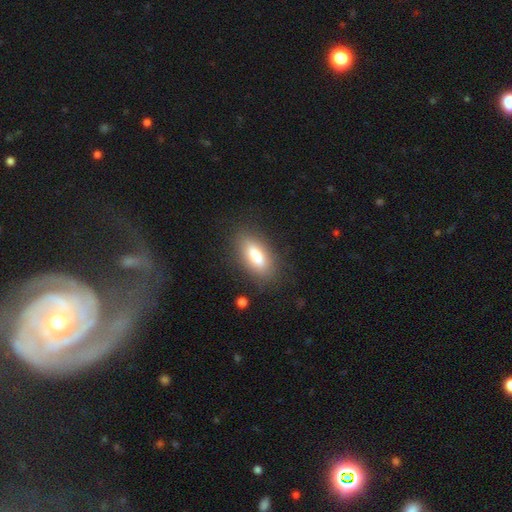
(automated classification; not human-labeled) Smooth or featured?
  - smooth: 76% *
  - featured or disk: 16%
  - star or artifact: 8%
How rounded?
  - in between: 72% *
  - cigar-shaped: 25%
  - round: 3%
Merging?
  - none: 83% *
  - minor disturbance: 11%
  - major disturbance: 4%
  - merger: 2%